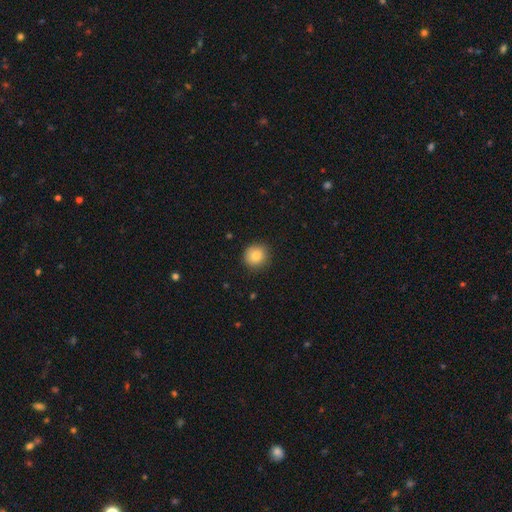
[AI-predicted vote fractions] The model was most divided on "smooth or featured": smooth: 81%, star or artifact: 10%, featured or disk: 9%. More confident: how rounded — round (92%); merging — none (89%).